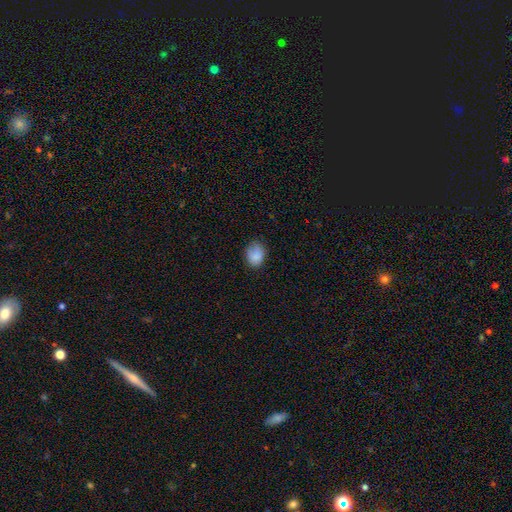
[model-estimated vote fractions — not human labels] A smooth galaxy with no disk features (86%) that is in between round and cigar-shaped (57%).

Vote fractions:
- Smooth or featured? smooth: 86% / star or artifact: 8% / featured or disk: 5%
- How rounded? in between: 57% / round: 42% / cigar-shaped: 1%
- Merging? none: 72% / minor disturbance: 23% / major disturbance: 5% / merger: 1%